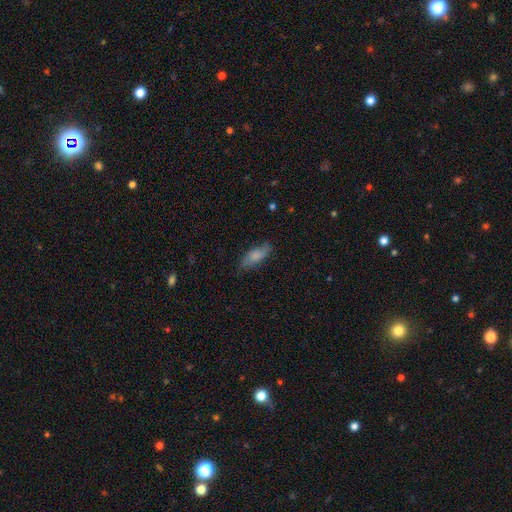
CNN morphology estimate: A smooth galaxy with no disk features (66%) that is in between round and cigar-shaped (76%).

Vote fractions:
- Smooth or featured? smooth: 66% / featured or disk: 27% / star or artifact: 7%
- How rounded? in between: 76% / cigar-shaped: 21% / round: 3%
- Merging? none: 69% / minor disturbance: 23% / major disturbance: 6% / merger: 2%